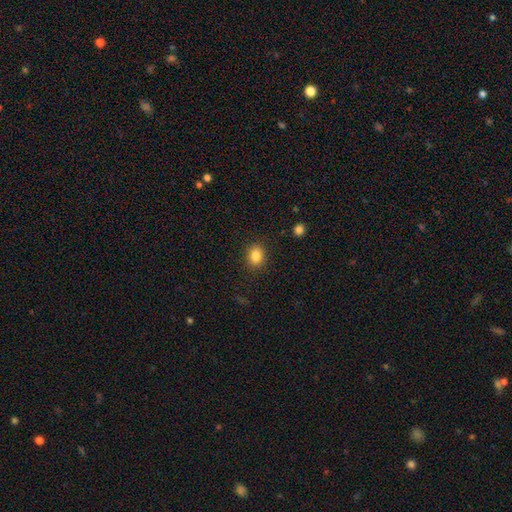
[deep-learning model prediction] Smooth or featured? smooth (85%)
How rounded? in between (50%)
Merging? none (88%)